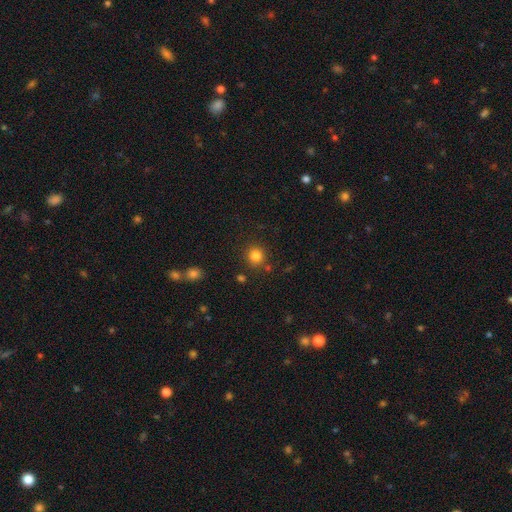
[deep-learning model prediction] Q: Smooth or featured?
A: smooth (83%); runner-up: star or artifact (12%)
Q: How rounded?
A: round (91%); runner-up: in between (8%)
Q: Merging?
A: none (84%); runner-up: minor disturbance (8%)